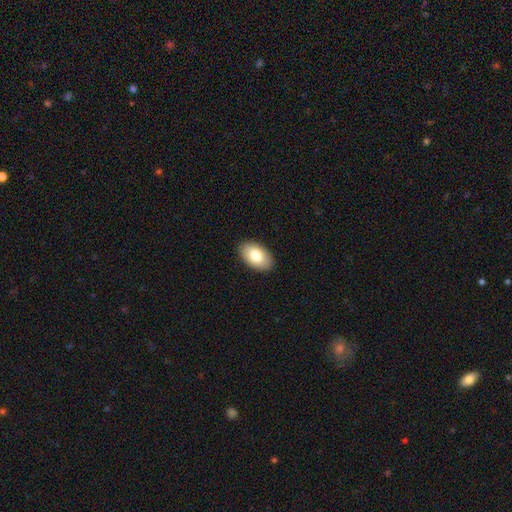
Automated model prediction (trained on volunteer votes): Smooth or featured? smooth (80%)
How rounded? in between (93%)
Merging? none (90%)